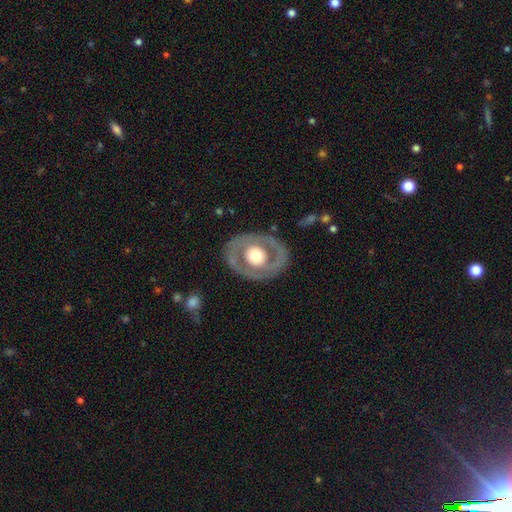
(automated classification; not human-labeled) A featured or disk galaxy (61%) with no bar (86%), no spiral arms (83%) and a moderate central bulge (47%). Merging: none (81%).